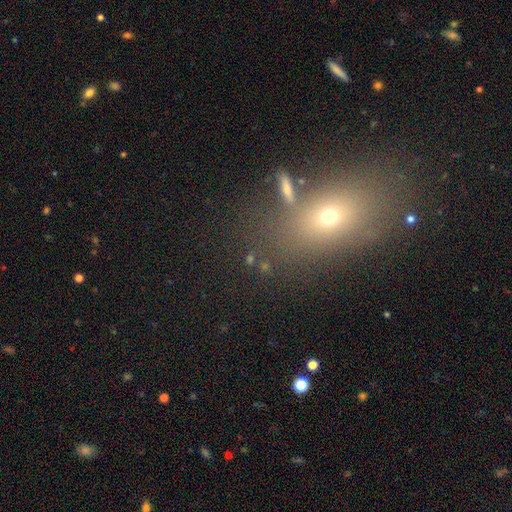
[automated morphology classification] type=smooth (52%); roundness=in between (58%); merging=none (67%).